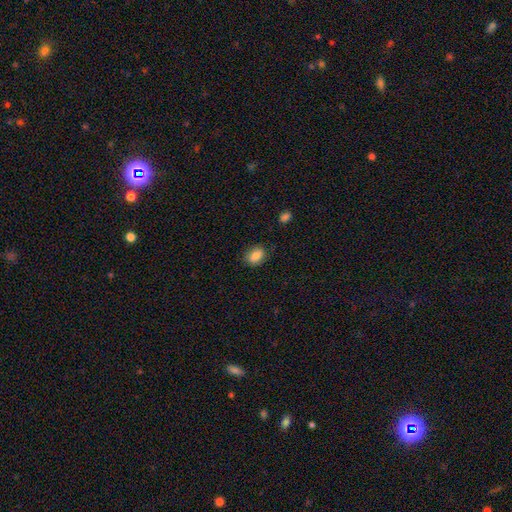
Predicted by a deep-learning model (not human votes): Smooth or featured? smooth (86%)
How rounded? in between (76%)
Merging? none (79%)